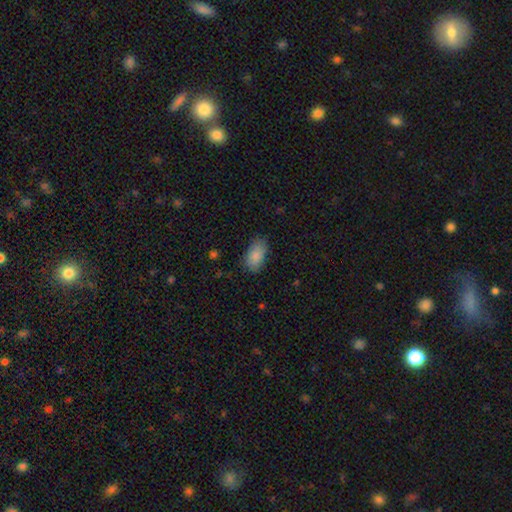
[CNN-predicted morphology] A smooth galaxy with no disk features (87%) that is in between round and cigar-shaped (93%).

Vote fractions:
- Smooth or featured? smooth: 87% / star or artifact: 7% / featured or disk: 6%
- How rounded? in between: 93% / round: 5% / cigar-shaped: 2%
- Merging? none: 78% / minor disturbance: 17% / major disturbance: 4% / merger: 1%